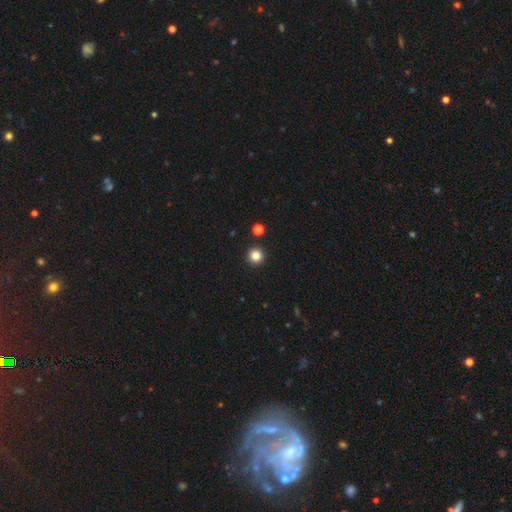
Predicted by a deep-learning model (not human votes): This is clearly a smooth galaxy (82%). How rounded: clearly round (96%). Merging: clearly none (93%).